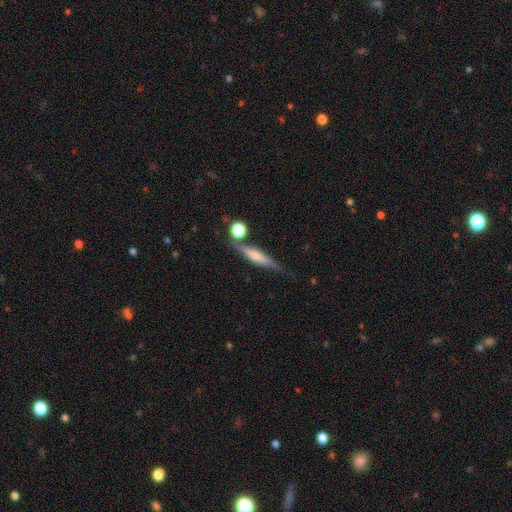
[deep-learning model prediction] Smooth or featured? featured or disk (53%)
Edge-on disk? yes (94%)
Edge-on bulge? rounded (60%)
Merging? none (71%)